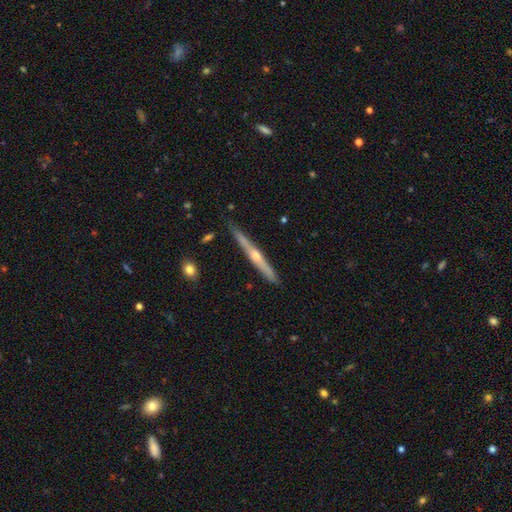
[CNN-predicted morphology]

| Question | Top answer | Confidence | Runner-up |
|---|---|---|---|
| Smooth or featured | featured or disk | 72% | smooth (22%) |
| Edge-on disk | yes | 97% | no (3%) |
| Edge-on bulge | rounded | 81% | none (16%) |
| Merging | none | 87% | minor disturbance (9%) |